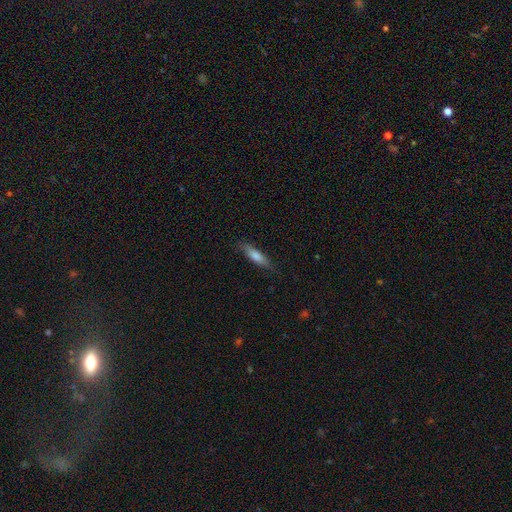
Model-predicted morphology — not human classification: smooth 71%, featured or disk 23%, star or artifact 6%. Down the decision tree: how rounded — cigar-shaped (73%); merging — none (82%).